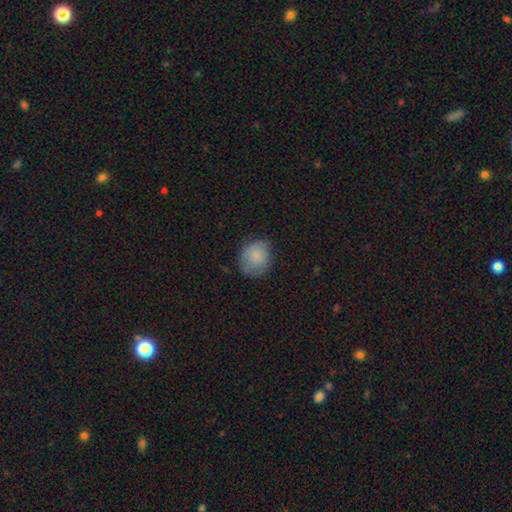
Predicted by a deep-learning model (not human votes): Smooth or featured? Predicted: smooth (p=0.81). How rounded? Predicted: round (p=0.78). Merging? Predicted: none (p=0.70).